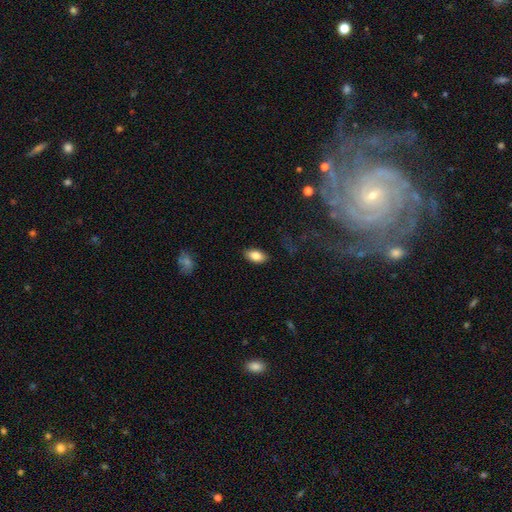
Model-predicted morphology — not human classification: This appears to be a smooth galaxy with no disk features (83%) that is in between round and cigar-shaped (92%). Merging: none (87%).